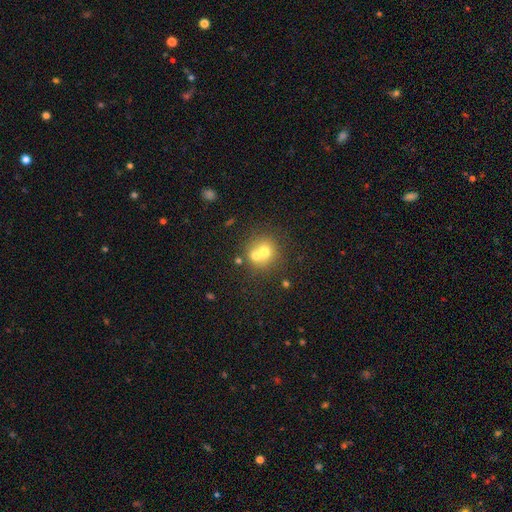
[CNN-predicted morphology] Smooth or featured?
  - smooth: 65% *
  - featured or disk: 22%
  - star or artifact: 13%
How rounded?
  - round: 86% *
  - in between: 13%
  - cigar-shaped: 1%
Merging?
  - merger: 50% *
  - none: 41%
  - minor disturbance: 7%
  - major disturbance: 3%